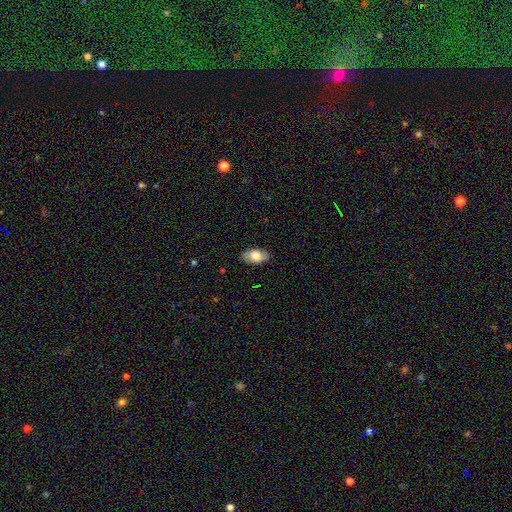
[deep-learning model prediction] This is likely a smooth galaxy (77%). How rounded: clearly in between (94%). Merging: clearly none (87%).